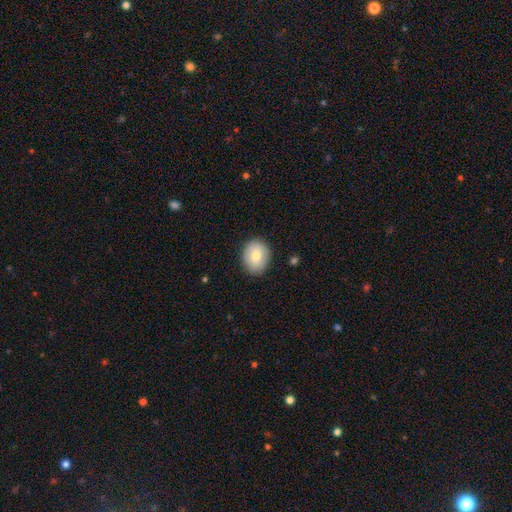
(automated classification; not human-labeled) Smooth or featured: smooth — 77% (featured or disk — 15%)
How rounded: round — 58% (in between — 41%)
Merging: none — 85% (minor disturbance — 11%)